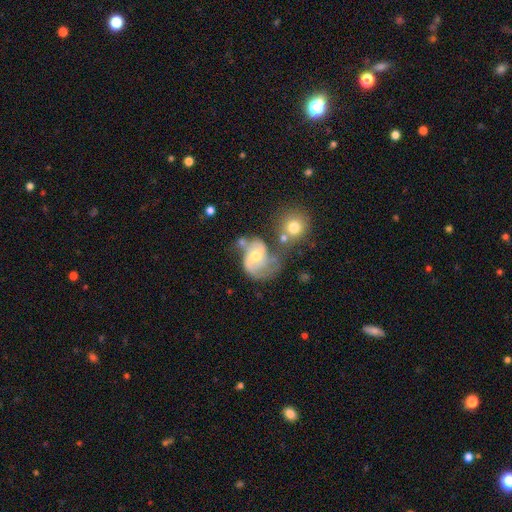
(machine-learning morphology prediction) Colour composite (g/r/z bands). It shows a featured or disk galaxy (69%) with no bar (55%), 2 (59%) medium (44%) spiral arms (83%) and a moderate central bulge (72%). Merging: none (28%).